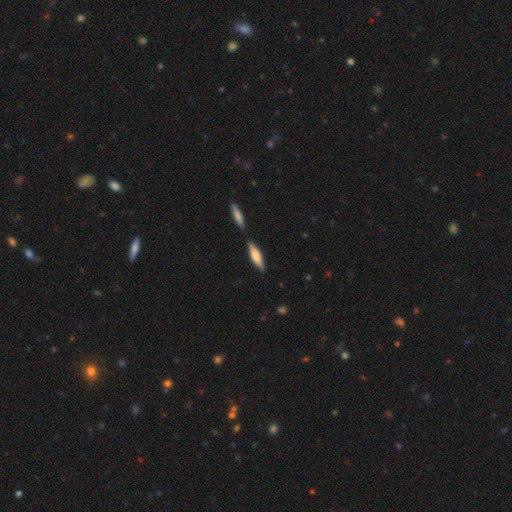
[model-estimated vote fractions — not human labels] Morphology: type=smooth (64%); roundness=cigar-shaped (69%); merging=none (75%).